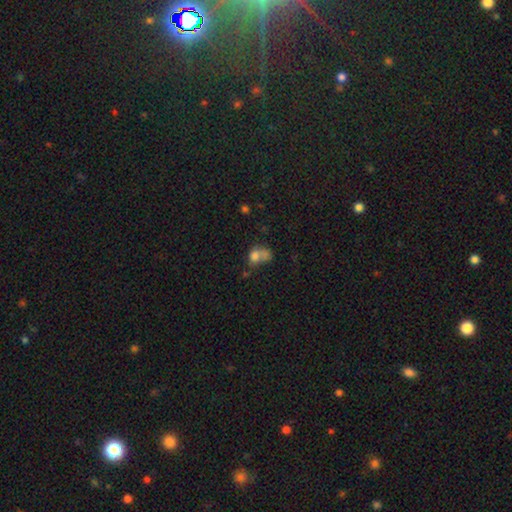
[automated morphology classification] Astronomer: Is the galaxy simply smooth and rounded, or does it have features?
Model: smooth — 72%.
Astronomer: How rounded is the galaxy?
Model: in between — 53% (runner-up: round, 46%).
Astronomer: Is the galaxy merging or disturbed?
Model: merger — 52%.